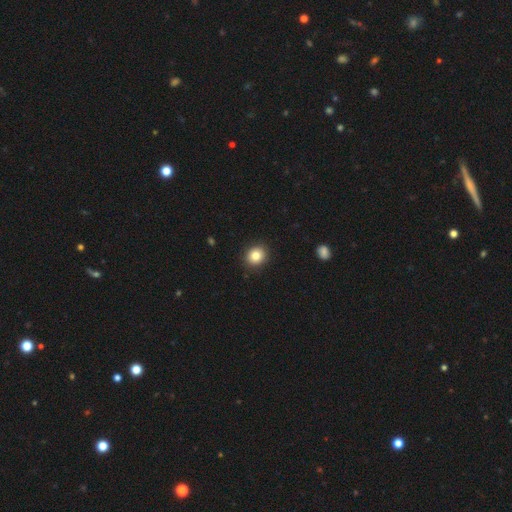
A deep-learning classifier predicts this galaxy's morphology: type=smooth (83%); roundness=round (77%); merging=none (91%).